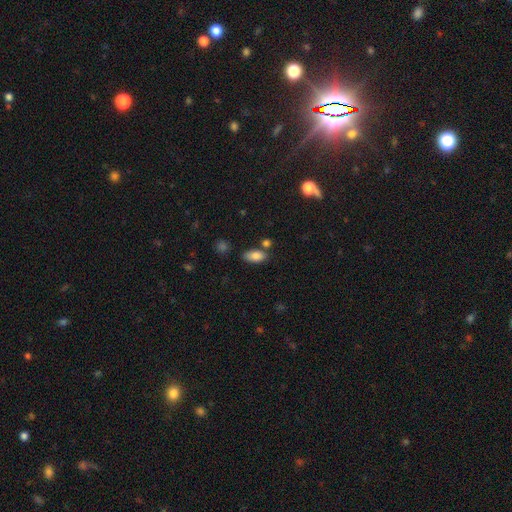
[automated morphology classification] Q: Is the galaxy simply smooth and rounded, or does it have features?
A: smooth — 84%.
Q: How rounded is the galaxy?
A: in between — 90%.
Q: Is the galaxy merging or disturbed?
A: none — 73%.